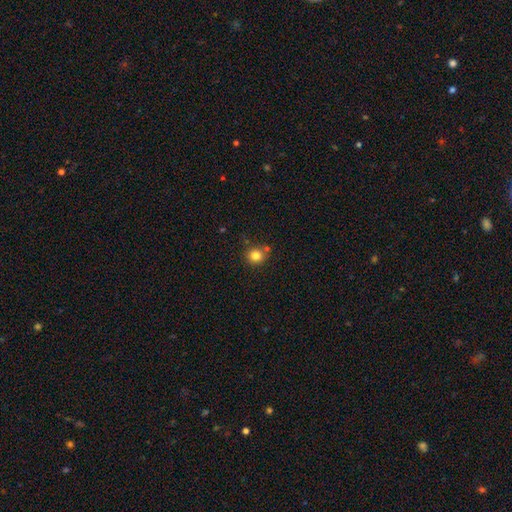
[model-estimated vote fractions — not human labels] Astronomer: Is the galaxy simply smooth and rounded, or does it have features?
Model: smooth — 81%.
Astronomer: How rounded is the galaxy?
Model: round — 87%.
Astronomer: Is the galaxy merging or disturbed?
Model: none — 74%.